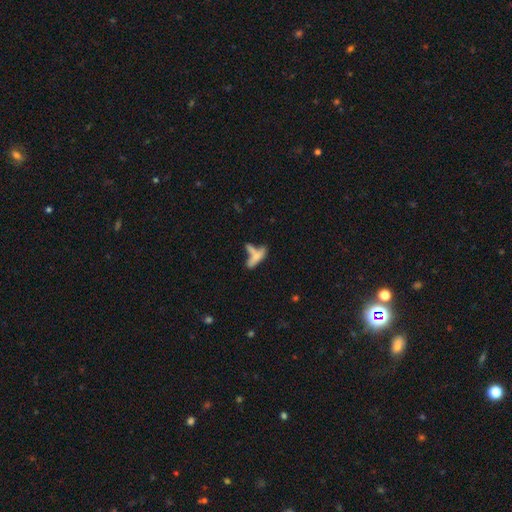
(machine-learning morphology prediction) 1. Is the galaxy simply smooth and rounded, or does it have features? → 64% smooth, 26% featured or disk, 10% star or artifact.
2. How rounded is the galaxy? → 58% cigar-shaped, 39% in between, 3% round.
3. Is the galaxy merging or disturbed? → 45% merger, 34% none, 12% minor disturbance, 8% major disturbance.